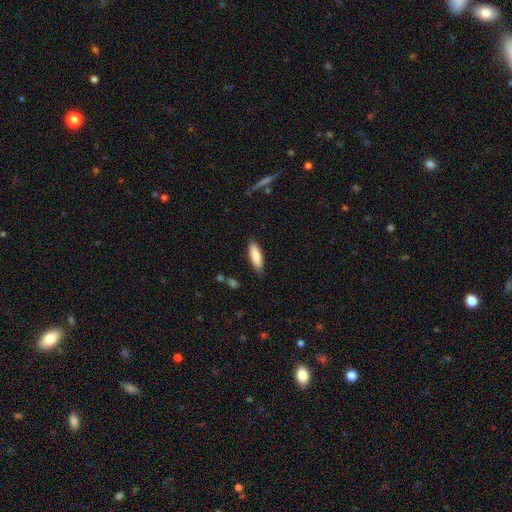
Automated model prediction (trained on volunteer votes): The model was most divided on "how rounded": in between: 52%, cigar-shaped: 47%, round: 1%. More confident: smooth or featured — smooth (87%); merging — none (86%).